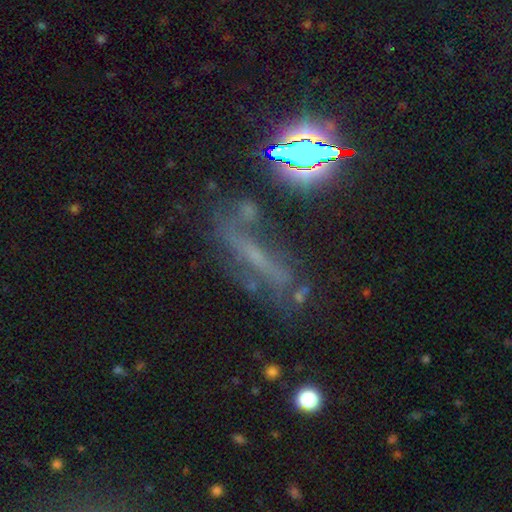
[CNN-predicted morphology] This appears to be a featured or disk galaxy (48%). Merging: none (57%).